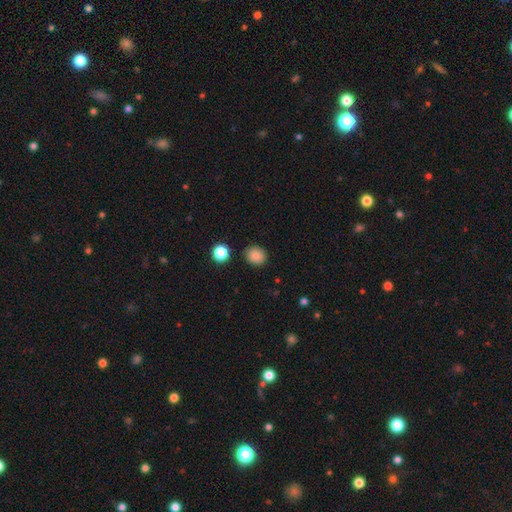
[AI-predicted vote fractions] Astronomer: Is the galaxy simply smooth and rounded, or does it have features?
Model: smooth — 86%.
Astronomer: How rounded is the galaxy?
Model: round — 71%.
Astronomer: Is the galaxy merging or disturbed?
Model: none — 88%.